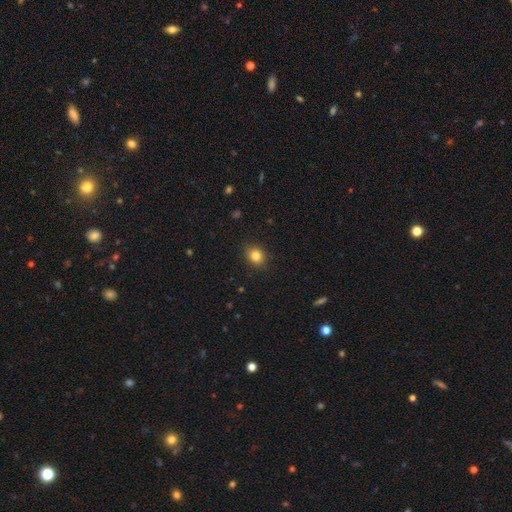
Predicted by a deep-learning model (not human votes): The model was most divided on "how rounded": round: 65%, in between: 35%, cigar-shaped: 1%. More confident: merging — none (89%); smooth or featured — smooth (82%).